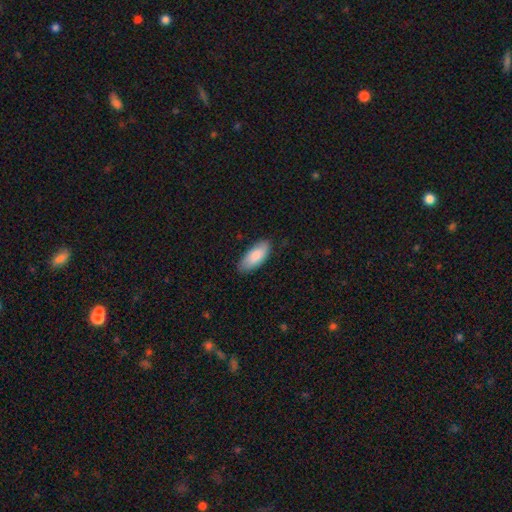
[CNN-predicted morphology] This appears to be a smooth galaxy with no disk features (86%) that is in between round and cigar-shaped (86%). Merging: none (84%).